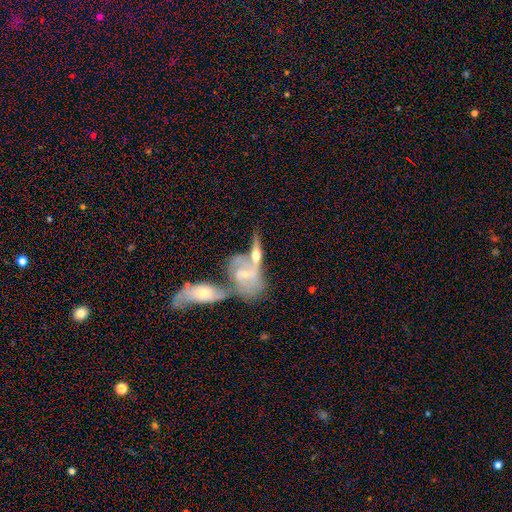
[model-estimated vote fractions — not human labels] Smooth or featured? Predicted: featured or disk (p=0.70). Edge-on disk? Predicted: no (p=0.62). Merging? Predicted: merger (p=0.59).